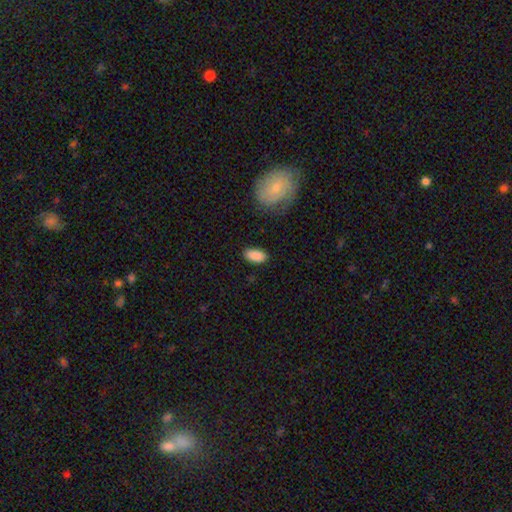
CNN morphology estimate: Smooth or featured? Predicted: smooth (p=0.89). How rounded? Predicted: in between (p=0.93). Merging? Predicted: none (p=0.85).